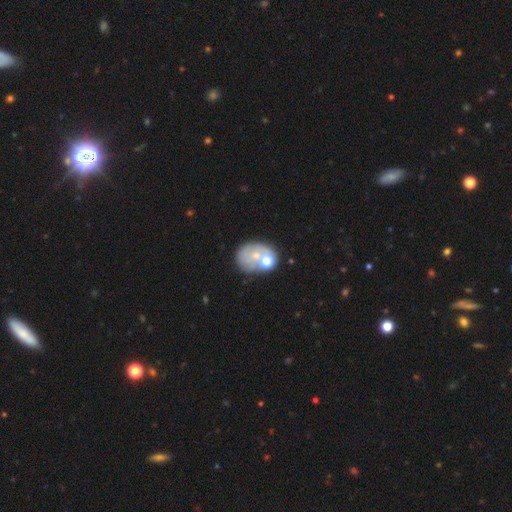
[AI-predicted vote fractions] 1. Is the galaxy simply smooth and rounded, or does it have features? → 50% smooth, 37% featured or disk, 13% star or artifact.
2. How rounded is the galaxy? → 51% in between, 48% round, 1% cigar-shaped.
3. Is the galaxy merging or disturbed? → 43% none, 27% merger, 18% minor disturbance, 12% major disturbance.